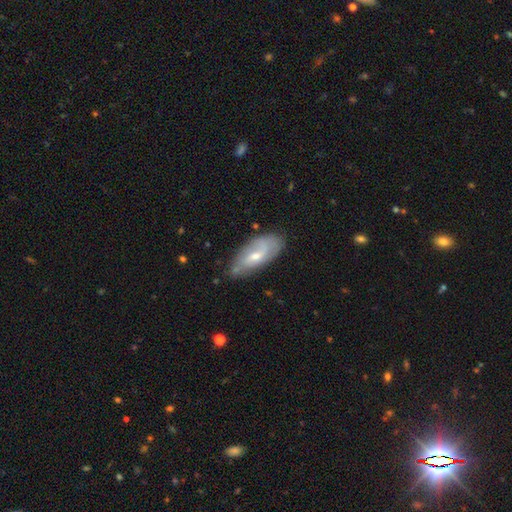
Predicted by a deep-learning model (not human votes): smooth-or-featured: featured or disk: 55% | smooth: 38% | star or artifact: 7%
  disk-edge-on: no: 86% | yes: 14%
  merging: none: 70% | minor disturbance: 22% | major disturbance: 5% | merger: 2%